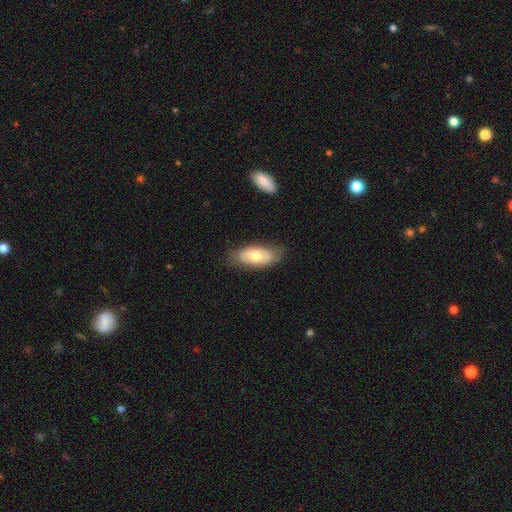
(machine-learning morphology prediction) type=smooth (61%); roundness=in between (89%); merging=none (74%).